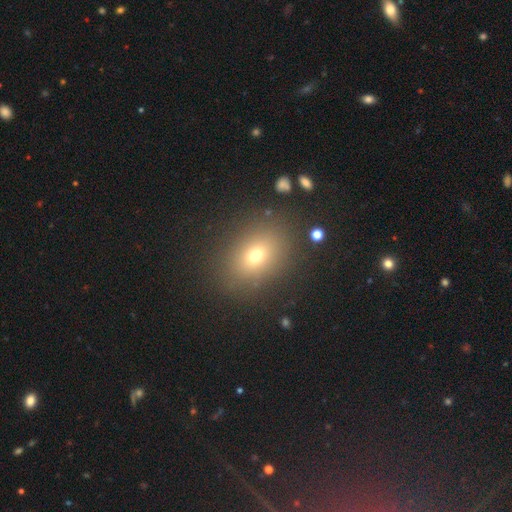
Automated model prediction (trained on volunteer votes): smooth 68%, star or artifact 18%, featured or disk 13%. Down the decision tree: how rounded — in between (61%); merging — none (86%).